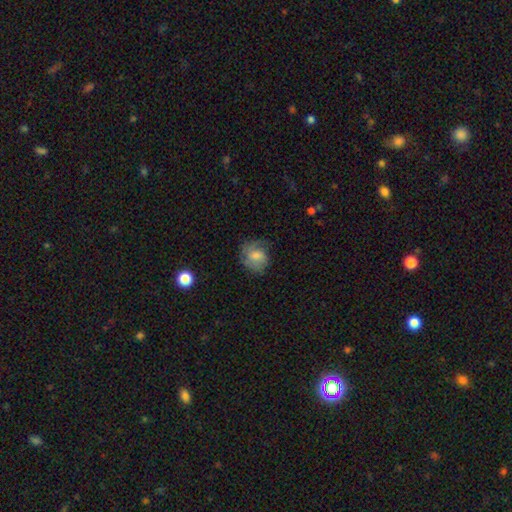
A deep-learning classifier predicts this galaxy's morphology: A smooth galaxy with no disk features (54%) that is round (67%). Merging: none (62%).